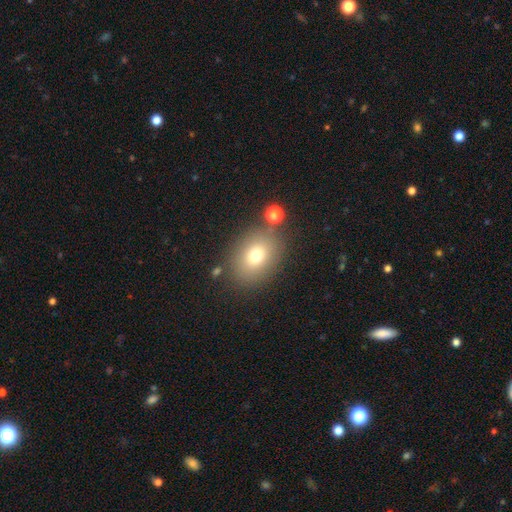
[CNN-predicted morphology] type=smooth (74%); roundness=in between (58%); merging=none (79%).